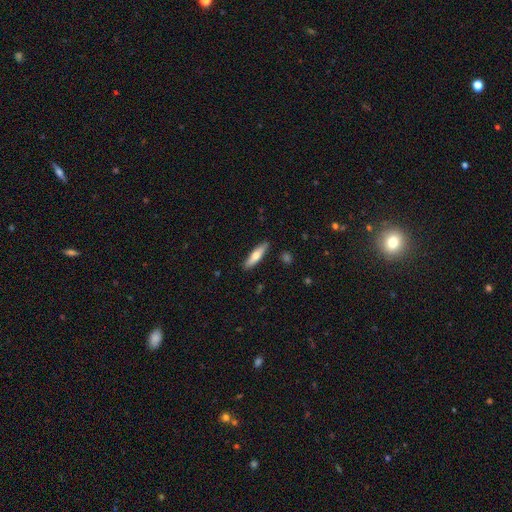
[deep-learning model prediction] smooth-or-featured: smooth: 59% | featured or disk: 35% | star or artifact: 6%
  how-rounded: cigar-shaped: 74% | in between: 24% | round: 2%
  merging: none: 89% | minor disturbance: 8% | major disturbance: 2% | merger: 1%